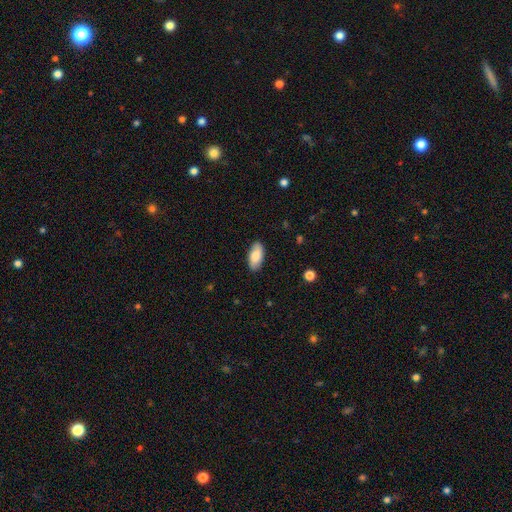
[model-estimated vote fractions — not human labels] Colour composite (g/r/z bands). It shows a smooth galaxy with no disk features (80%) that is in between round and cigar-shaped (91%). Merging: none (87%).